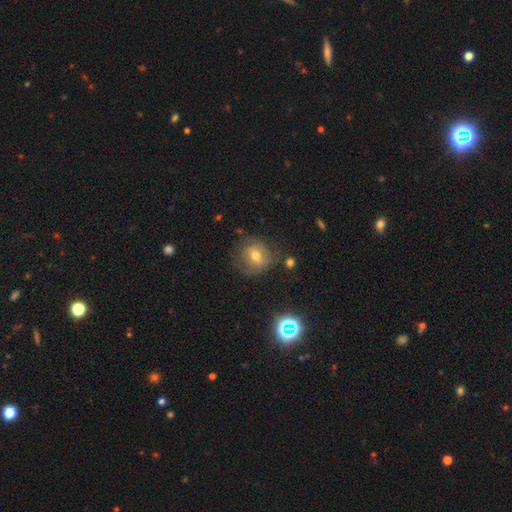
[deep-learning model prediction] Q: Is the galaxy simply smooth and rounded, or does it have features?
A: smooth — 52%.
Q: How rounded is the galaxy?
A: round — 81%.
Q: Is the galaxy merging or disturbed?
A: none — 64%.